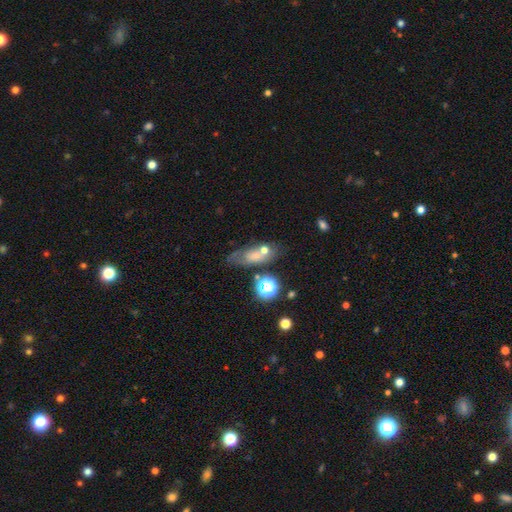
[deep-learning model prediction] Morphology: type=smooth (40%); merging=none (58%).